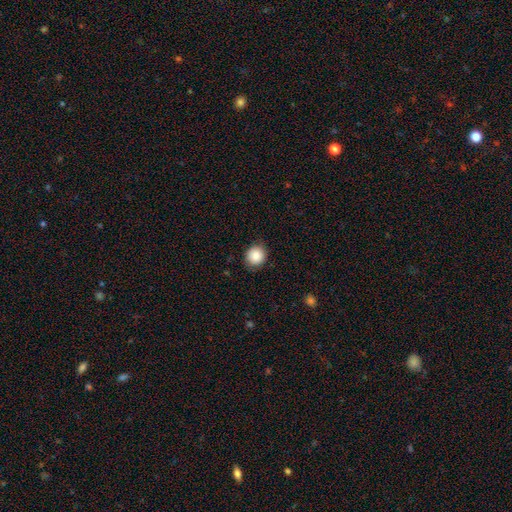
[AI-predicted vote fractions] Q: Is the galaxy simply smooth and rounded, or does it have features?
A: smooth — 88%.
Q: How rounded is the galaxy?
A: round — 87%.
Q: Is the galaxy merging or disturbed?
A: none — 85%.